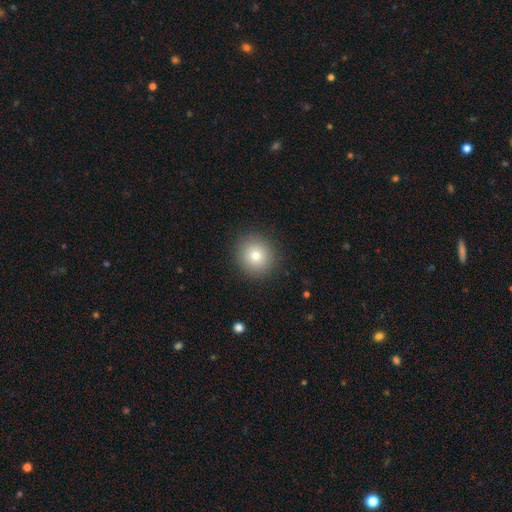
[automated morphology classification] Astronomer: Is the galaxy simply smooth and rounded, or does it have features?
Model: smooth — 77%.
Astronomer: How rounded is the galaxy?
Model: round — 91%.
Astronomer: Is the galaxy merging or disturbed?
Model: none — 91%.